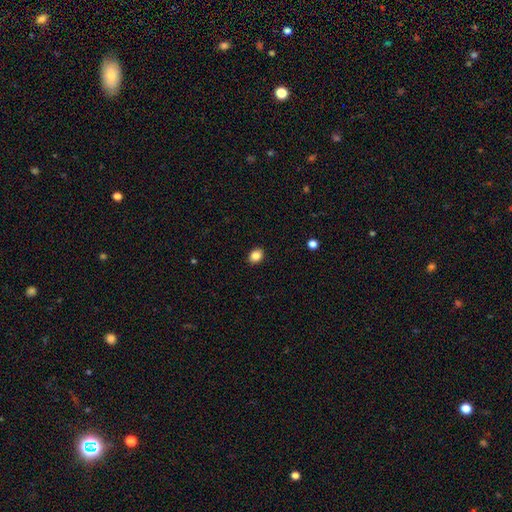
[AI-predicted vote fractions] Q: Smooth or featured?
A: smooth (86%); runner-up: star or artifact (10%)
Q: How rounded?
A: in between (53%); runner-up: round (46%)
Q: Merging?
A: none (90%); runner-up: minor disturbance (7%)